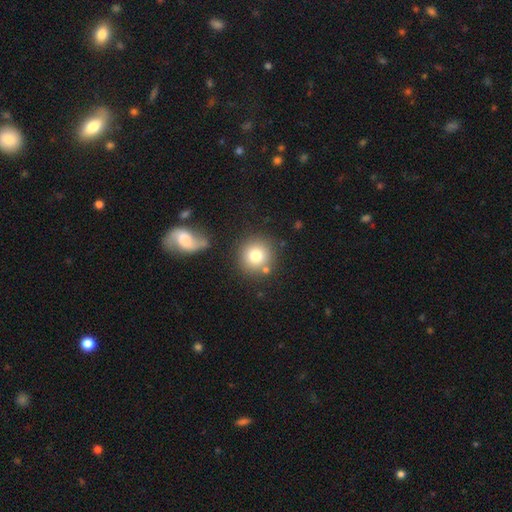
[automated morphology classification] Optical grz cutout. It shows a smooth galaxy with no disk features (78%) that is round (93%). Merging: none (78%).